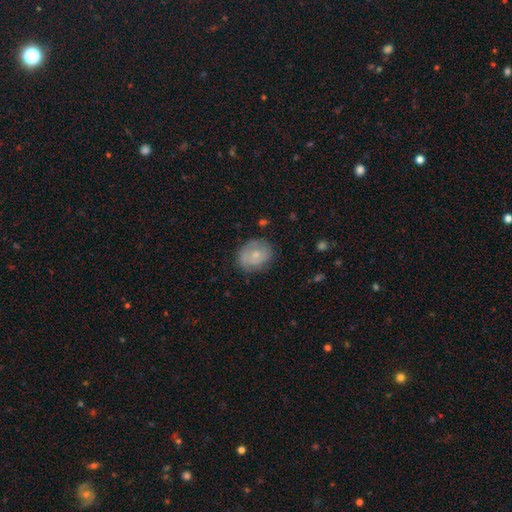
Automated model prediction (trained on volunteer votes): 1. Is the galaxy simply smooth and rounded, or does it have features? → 61% smooth, 32% featured or disk, 7% star or artifact.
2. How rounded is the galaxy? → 56% round, 43% in between, 1% cigar-shaped.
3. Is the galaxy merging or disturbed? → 71% none, 21% minor disturbance, 6% major disturbance, 2% merger.